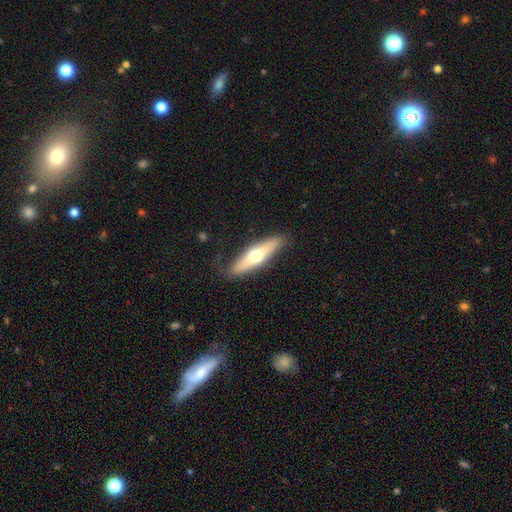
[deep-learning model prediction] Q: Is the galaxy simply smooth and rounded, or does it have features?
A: smooth — 49%.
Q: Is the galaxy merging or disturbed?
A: none — 80%.